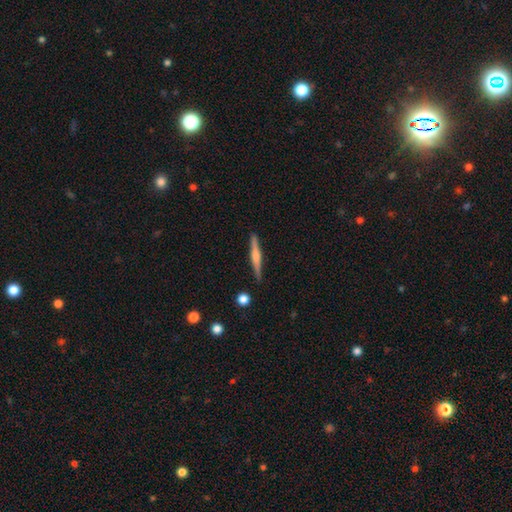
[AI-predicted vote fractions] Smooth or featured?
  - featured or disk: 60% *
  - smooth: 34%
  - star or artifact: 6%
Edge-on disk?
  - yes: 98% *
  - no: 2%
Edge-on bulge?
  - rounded: 65% *
  - boxy: 21%
  - none: 14%
Merging?
  - none: 89% *
  - minor disturbance: 8%
  - major disturbance: 2%
  - merger: 2%